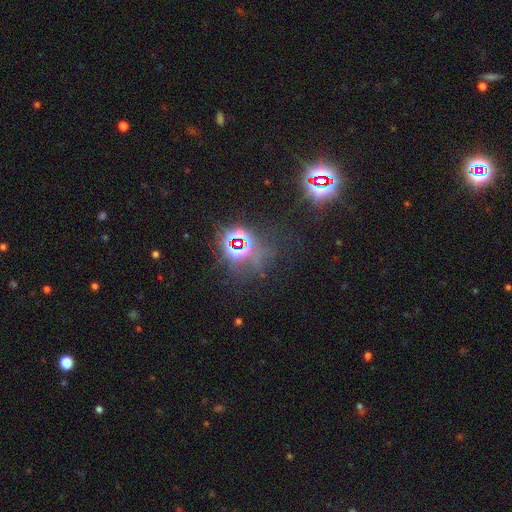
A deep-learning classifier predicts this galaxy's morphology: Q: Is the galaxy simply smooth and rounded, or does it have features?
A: star or artifact — 79%.